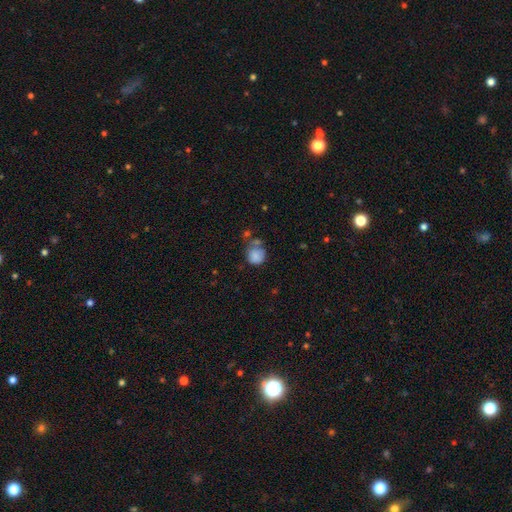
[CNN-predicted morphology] smooth 82%, star or artifact 9%, featured or disk 9%. Down the decision tree: how rounded — round (80%); merging — none (47%).